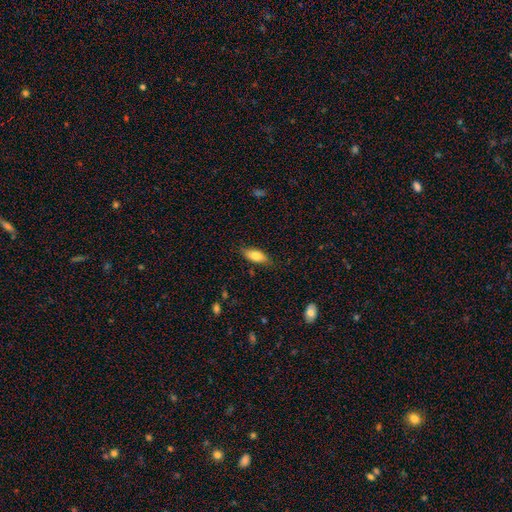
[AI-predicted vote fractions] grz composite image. It shows a smooth galaxy with no disk features (75%) that is in between round and cigar-shaped (77%). Merging: none (80%).